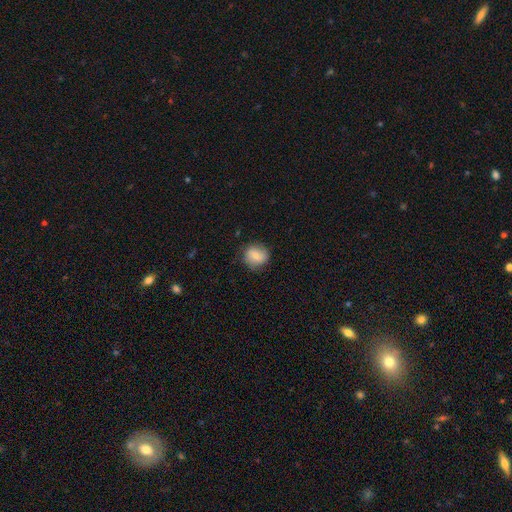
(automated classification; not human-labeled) A smooth galaxy with no disk features (76%) that is round (80%). Merging: none (81%).